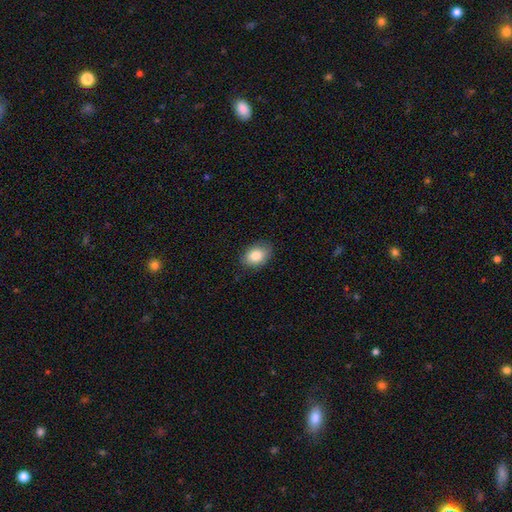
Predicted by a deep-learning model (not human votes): Overall: smooth (84%). How rounded: in between (79%). Merging: none (83%).